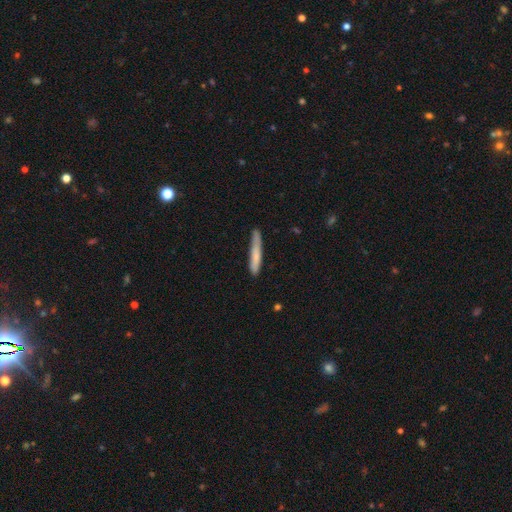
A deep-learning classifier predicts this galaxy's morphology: Smooth or featured?
  - smooth: 73% *
  - featured or disk: 21%
  - star or artifact: 6%
How rounded?
  - cigar-shaped: 94% *
  - in between: 5%
  - round: 1%
Merging?
  - none: 77% *
  - minor disturbance: 18%
  - major disturbance: 3%
  - merger: 2%